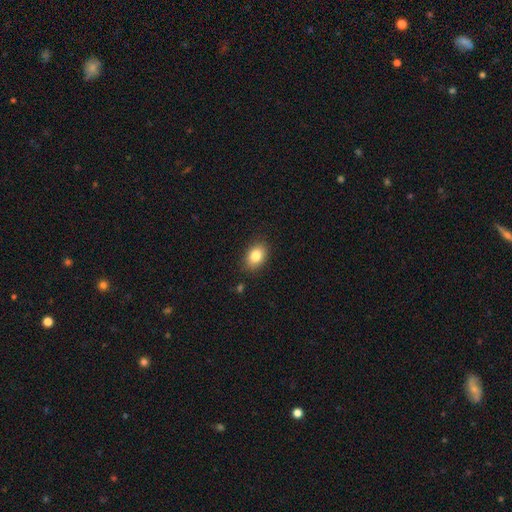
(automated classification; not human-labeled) Morphology: type=smooth (84%); roundness=in between (80%); merging=none (86%).